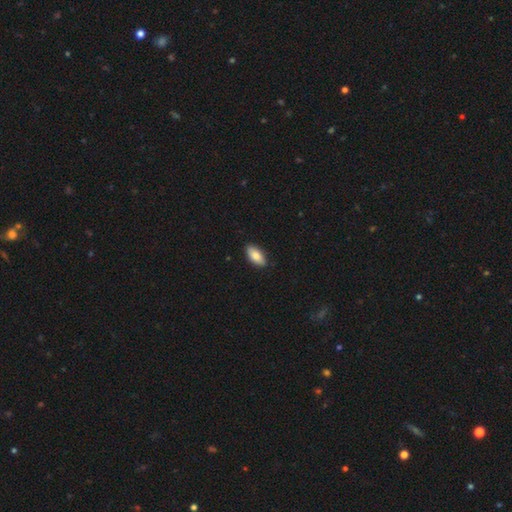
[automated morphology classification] smooth 83%, featured or disk 11%, star or artifact 6%. Down the decision tree: how rounded — in between (91%); merging — none (88%).